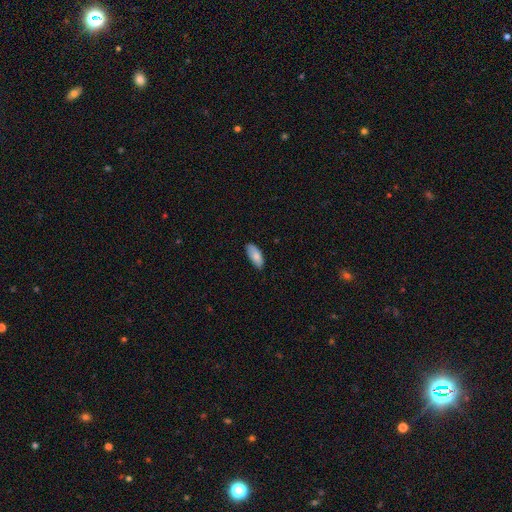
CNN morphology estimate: smooth_or_featured: smooth (p=0.84) [alt: featured or disk p=0.10]
how_rounded: in between (p=0.83) [alt: cigar-shaped p=0.15]
merging: none (p=0.84) [alt: minor disturbance p=0.13]